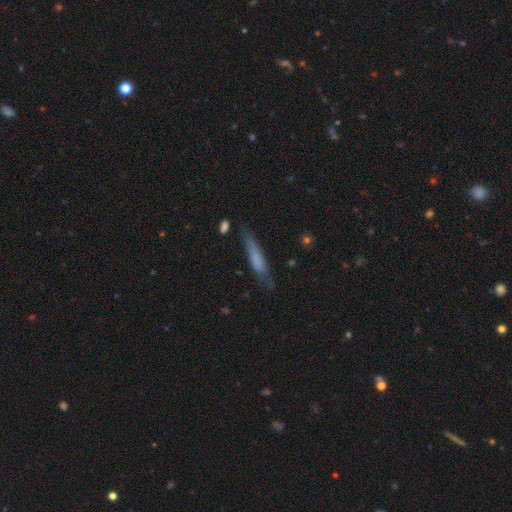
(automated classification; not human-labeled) Smooth or featured? smooth (58%)
How rounded? cigar-shaped (87%)
Merging? none (65%)